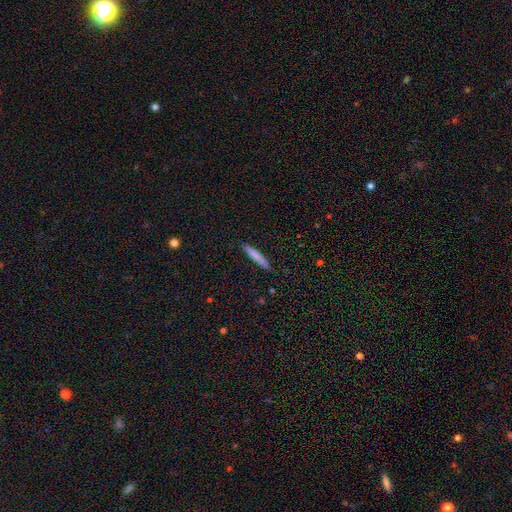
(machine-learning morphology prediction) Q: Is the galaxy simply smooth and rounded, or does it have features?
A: smooth — 78%.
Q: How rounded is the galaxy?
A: cigar-shaped — 93%.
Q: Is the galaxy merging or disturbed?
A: none — 87%.